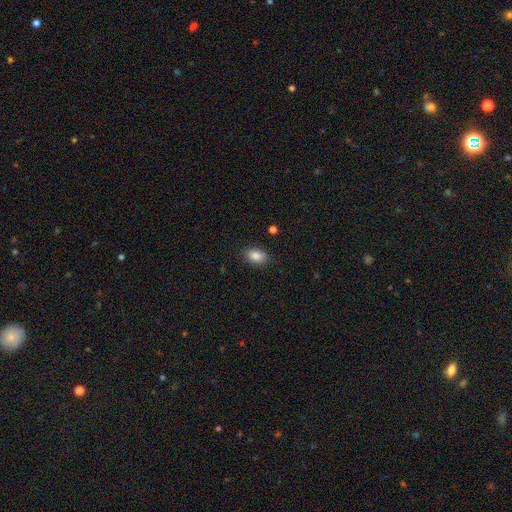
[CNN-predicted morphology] Overall: smooth (86%). How rounded: in between (82%). Merging: none (84%).